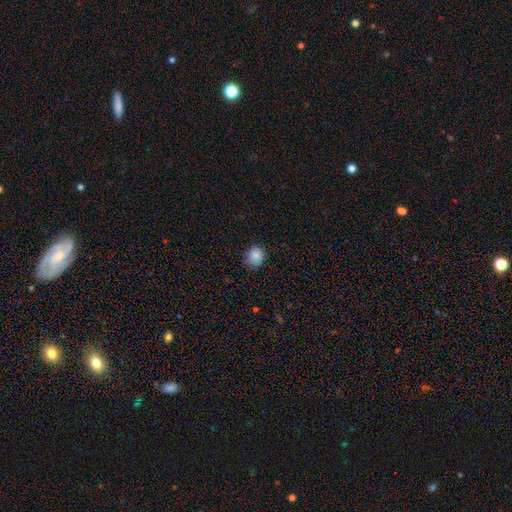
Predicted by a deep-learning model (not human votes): The model was most divided on "how rounded": round: 79%, in between: 20%, cigar-shaped: 1%. More confident: smooth or featured — smooth (86%); merging — none (79%).